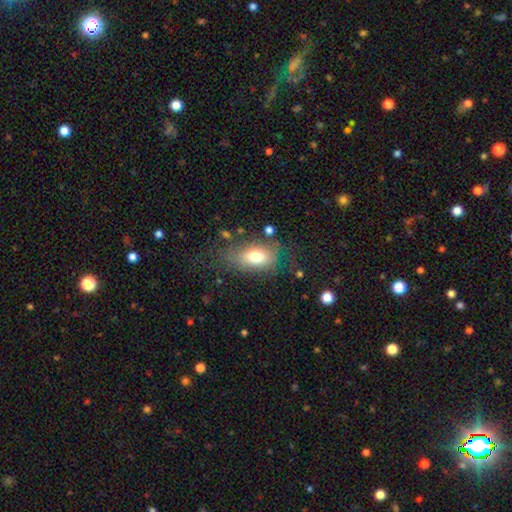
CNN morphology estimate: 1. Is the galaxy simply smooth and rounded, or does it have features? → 72% smooth, 19% featured or disk, 9% star or artifact.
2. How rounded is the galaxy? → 86% in between, 11% round, 3% cigar-shaped.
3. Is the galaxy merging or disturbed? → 59% none, 23% minor disturbance, 16% major disturbance, 3% merger.